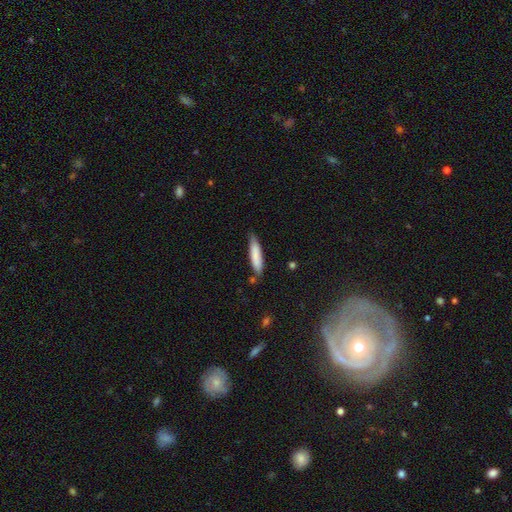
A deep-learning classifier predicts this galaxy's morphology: Smooth or featured? Predicted: smooth (p=0.82). How rounded? Predicted: cigar-shaped (p=0.79). Merging? Predicted: none (p=0.77).